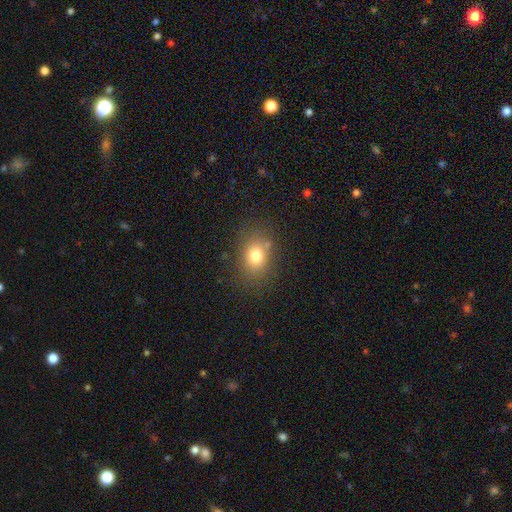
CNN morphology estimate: This is likely a smooth galaxy (76%). How rounded: possibly in between (56%). Merging: likely none (77%).